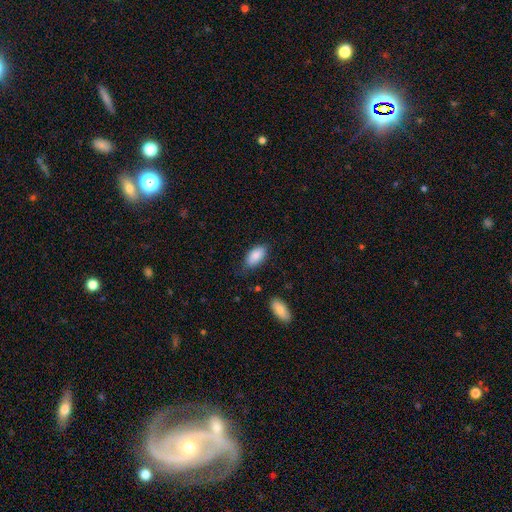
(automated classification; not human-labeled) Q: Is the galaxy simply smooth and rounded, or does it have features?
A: smooth — 87%.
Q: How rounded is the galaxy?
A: in between — 93%.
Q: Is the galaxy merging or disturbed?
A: none — 75%.